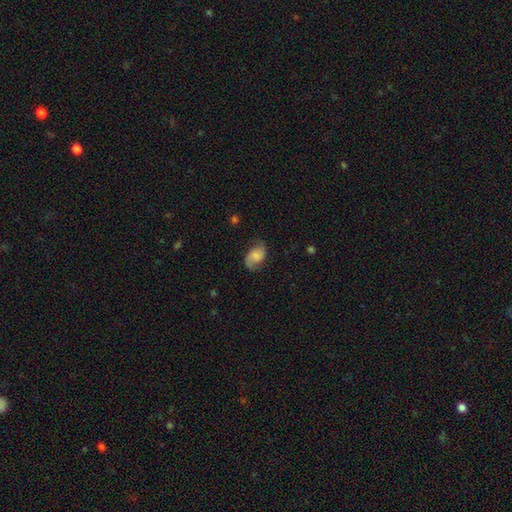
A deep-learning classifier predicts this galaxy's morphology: Smooth or featured? Predicted: featured or disk (p=0.60). Edge-on disk? Predicted: no (p=0.97). Bar? Predicted: no (p=0.57). Spiral arms? Predicted: yes (p=0.93). Spiral winding? Predicted: medium (p=0.42, tied with loose). Spiral arm count? Predicted: 2 (p=0.86). Bulge size? Predicted: none (p=0.33). Merging? Predicted: none (p=0.72).